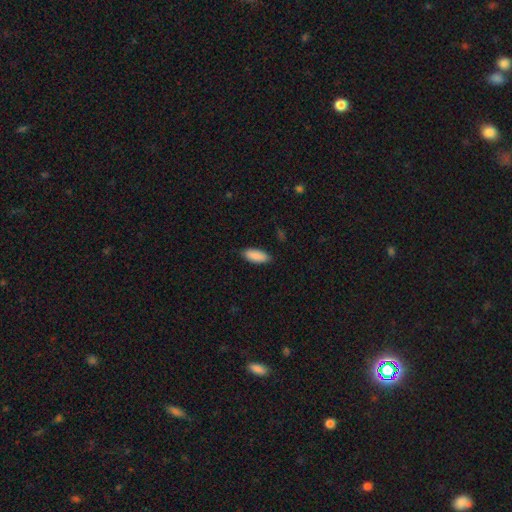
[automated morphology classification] smooth_or_featured: smooth (p=0.91) [alt: star or artifact p=0.06]
how_rounded: in between (p=0.81) [alt: cigar-shaped p=0.17]
merging: none (p=0.85) [alt: minor disturbance p=0.11]